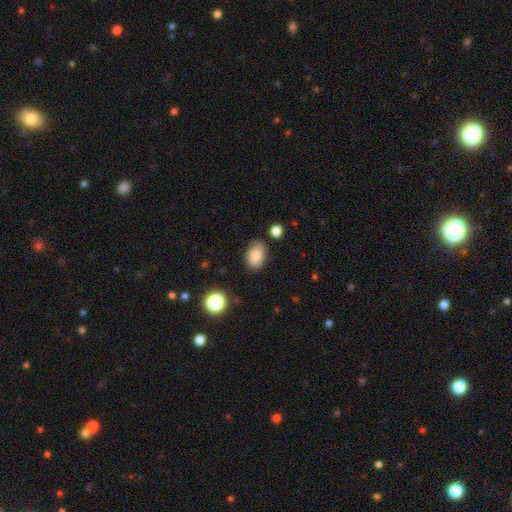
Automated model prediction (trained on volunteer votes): A smooth galaxy with no disk features (85%) that is in between round and cigar-shaped (87%). Merging: none (81%).